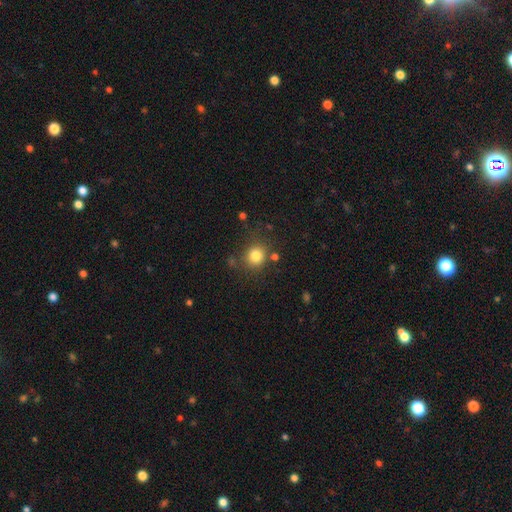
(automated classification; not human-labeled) Smooth or featured?
  - smooth: 81% *
  - star or artifact: 12%
  - featured or disk: 7%
How rounded?
  - round: 85% *
  - in between: 14%
  - cigar-shaped: 1%
Merging?
  - none: 79% *
  - minor disturbance: 11%
  - merger: 6%
  - major disturbance: 4%